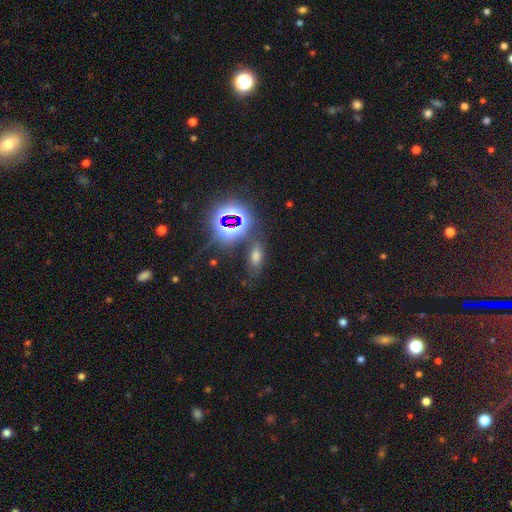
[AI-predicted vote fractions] Morphology: type=smooth (48%); merging=none (70%).